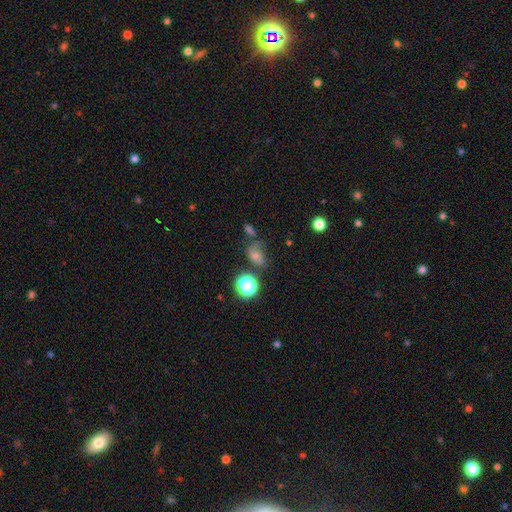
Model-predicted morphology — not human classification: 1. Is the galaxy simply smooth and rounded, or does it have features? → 40% smooth, 31% star or artifact, 30% featured or disk.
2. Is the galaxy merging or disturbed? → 51% none, 20% minor disturbance, 15% merger, 14% major disturbance.